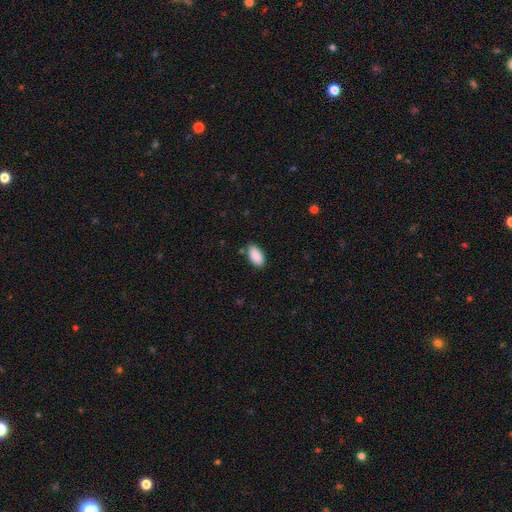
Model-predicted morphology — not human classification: This is clearly a smooth galaxy (90%). How rounded: clearly in between (95%). Merging: clearly none (85%).